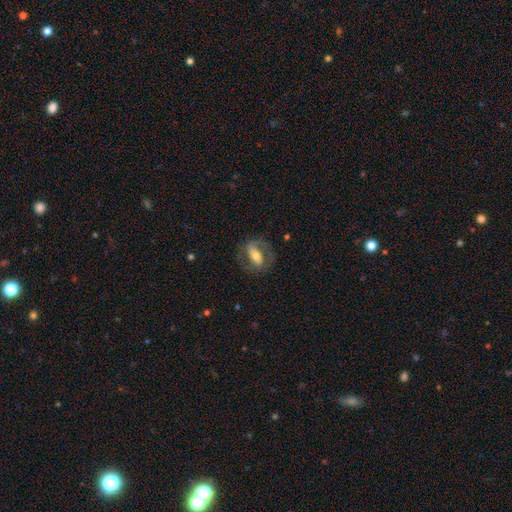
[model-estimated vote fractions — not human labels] The model was most divided on "bar": strong: 46%, weak: 29%, no: 25%. More confident: edge-on disk — no (94%); spiral arms — yes (77%); merging — none (71%); smooth or featured — featured or disk (67%); bulge size — moderate (59%).